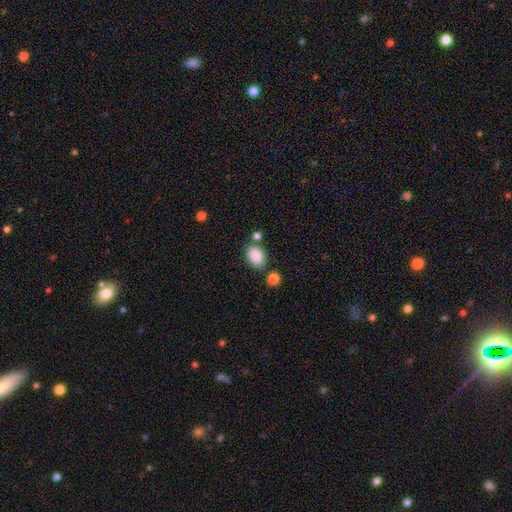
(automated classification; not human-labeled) smooth_or_featured: smooth (p=0.88) [alt: star or artifact p=0.08]
how_rounded: in between (p=0.71) [alt: round p=0.28]
merging: none (p=0.71) [alt: minor disturbance p=0.15]